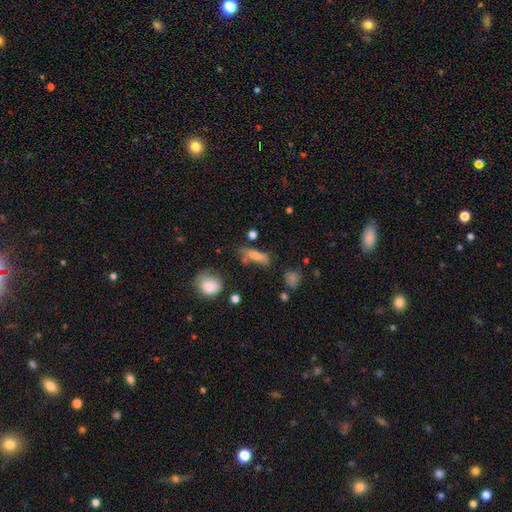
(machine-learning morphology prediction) Overall: smooth (72%). How rounded: in between (53%; cigar-shaped 42%). Merging: none (45%; minor disturbance 27%).